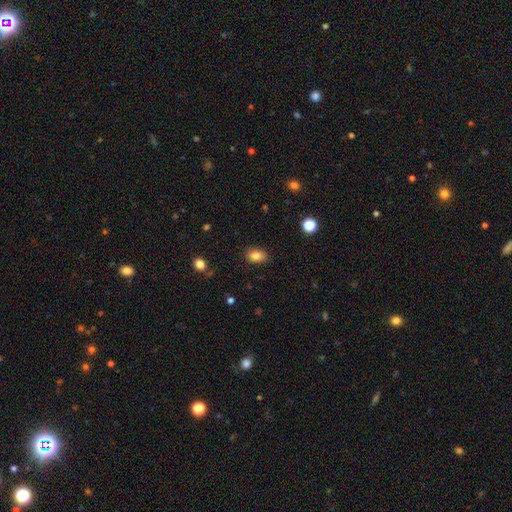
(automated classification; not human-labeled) Smooth or featured: smooth — 83% (star or artifact — 10%)
How rounded: in between — 81% (round — 17%)
Merging: none — 86% (minor disturbance — 11%)